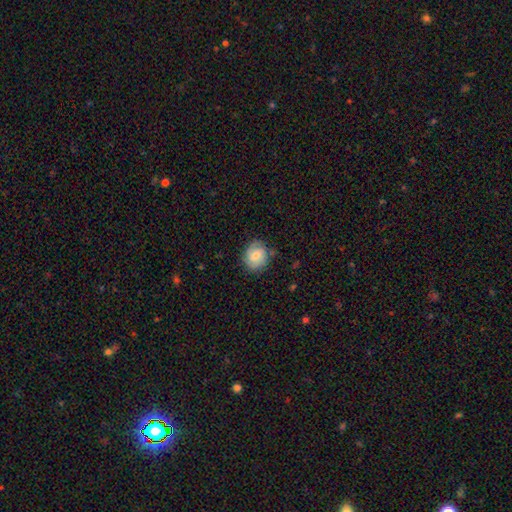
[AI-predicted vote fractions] A smooth galaxy with no disk features (52%) that is round (69%). Merging: none (75%).